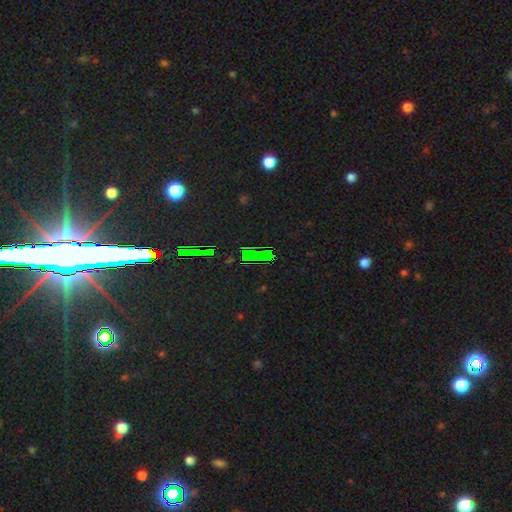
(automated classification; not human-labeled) This appears to be a star or artifact, not a galaxy (75%).